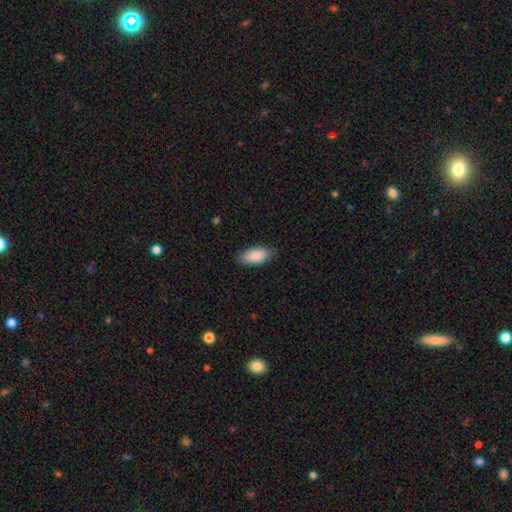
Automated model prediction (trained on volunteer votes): Q: Smooth or featured?
A: smooth (87%); runner-up: featured or disk (7%)
Q: How rounded?
A: in between (92%); runner-up: cigar-shaped (6%)
Q: Merging?
A: none (80%); runner-up: minor disturbance (16%)